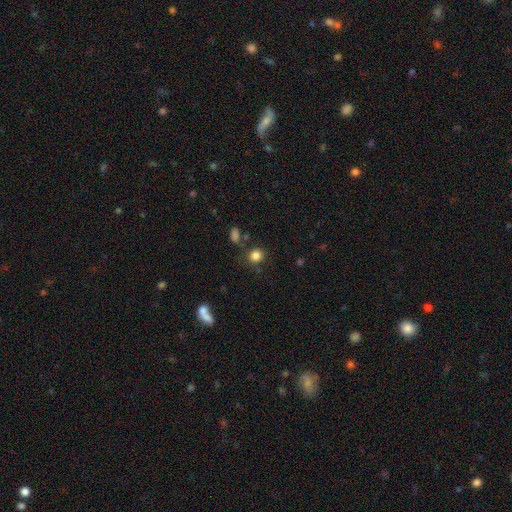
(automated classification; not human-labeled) A smooth galaxy with no disk features (83%) that is round (82%). Merging: none (78%).